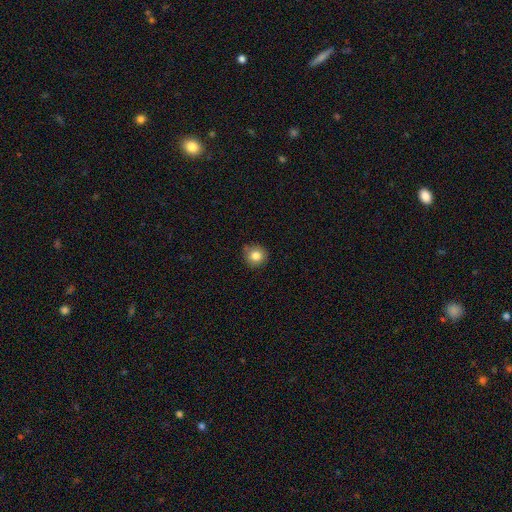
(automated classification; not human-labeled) A smooth galaxy with no disk features (83%) that is round (92%).

Vote fractions:
- Smooth or featured? smooth: 83% / star or artifact: 10% / featured or disk: 7%
- How rounded? round: 92% / in between: 7% / cigar-shaped: 1%
- Merging? none: 82% / minor disturbance: 14% / major disturbance: 2% / merger: 1%